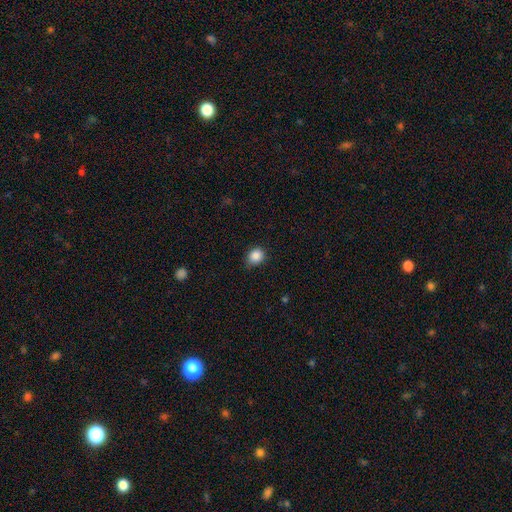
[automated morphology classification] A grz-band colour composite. It shows a smooth galaxy with no disk features (87%) that is round (68%). Merging: none (74%).